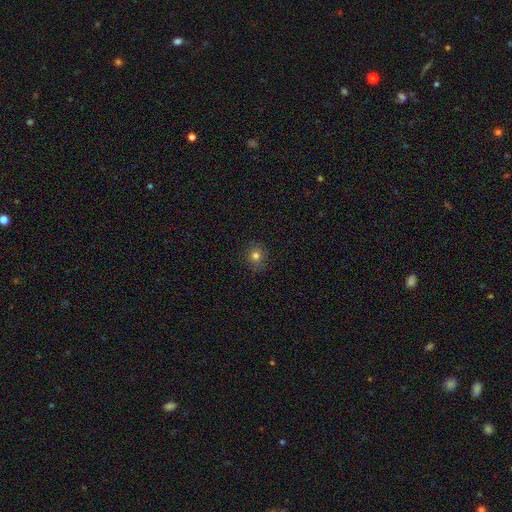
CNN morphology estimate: type=smooth (77%); roundness=round (85%); merging=none (88%).